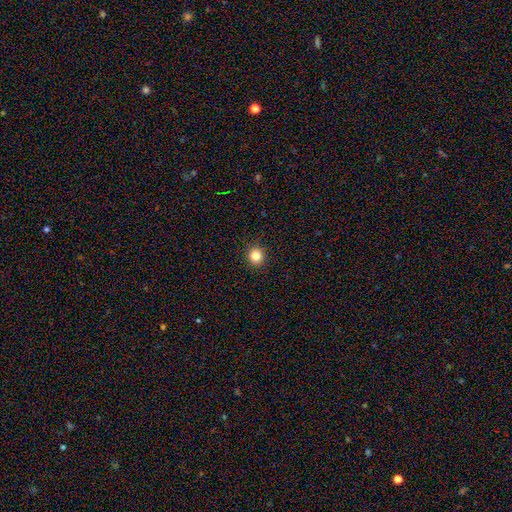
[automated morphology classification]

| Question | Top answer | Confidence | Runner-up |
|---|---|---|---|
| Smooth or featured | smooth | 83% | star or artifact (12%) |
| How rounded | round | 89% | in between (10%) |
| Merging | none | 92% | minor disturbance (5%) |